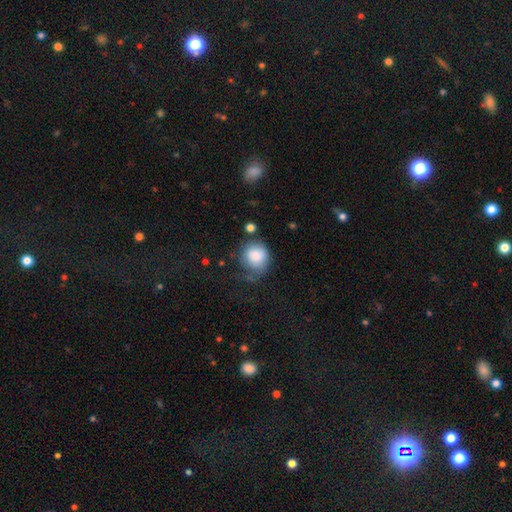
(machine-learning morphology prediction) Smooth or featured?
  - smooth: 84% *
  - featured or disk: 9%
  - star or artifact: 8%
How rounded?
  - round: 84% *
  - in between: 15%
  - cigar-shaped: 1%
Merging?
  - none: 52% *
  - minor disturbance: 27%
  - major disturbance: 16%
  - merger: 6%